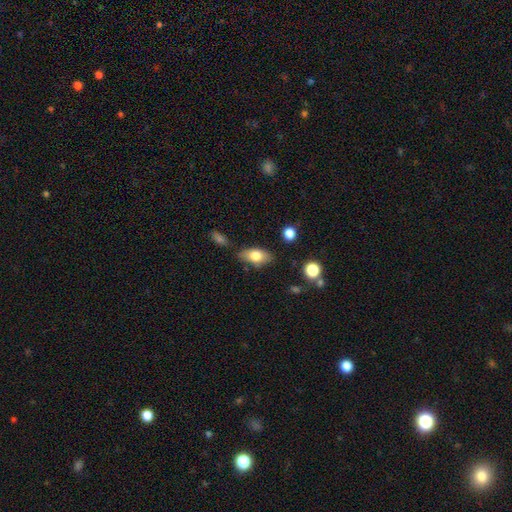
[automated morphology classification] A smooth galaxy with no disk features (76%) that is in between round and cigar-shaped (88%).

Vote fractions:
- Smooth or featured? smooth: 76% / featured or disk: 17% / star or artifact: 7%
- How rounded? in between: 88% / cigar-shaped: 6% / round: 6%
- Merging? none: 73% / minor disturbance: 18% / merger: 5% / major disturbance: 4%